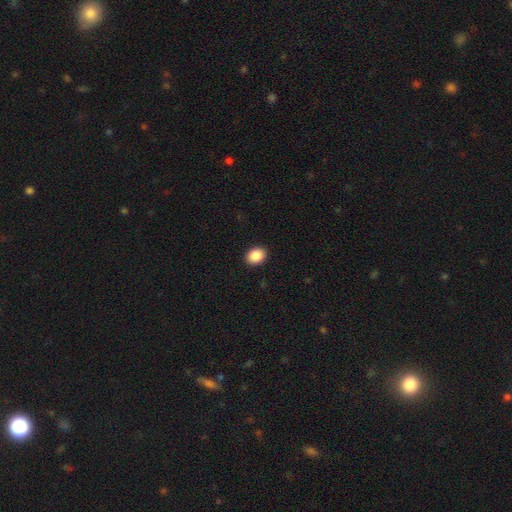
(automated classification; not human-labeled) Smooth or featured?
  - smooth: 89% *
  - star or artifact: 8%
  - featured or disk: 3%
How rounded?
  - in between: 61% *
  - round: 38%
  - cigar-shaped: 1%
Merging?
  - none: 91% *
  - minor disturbance: 6%
  - major disturbance: 2%
  - merger: 1%